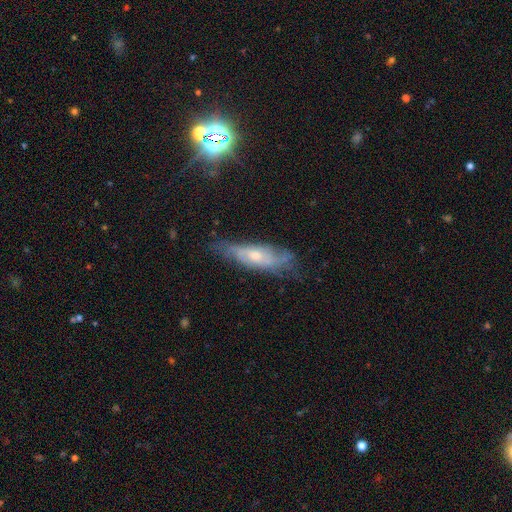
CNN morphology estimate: This appears to be a featured or disk galaxy (61%). Merging: none (63%).